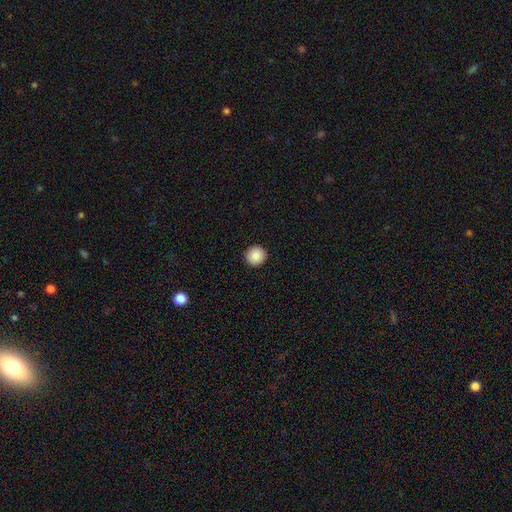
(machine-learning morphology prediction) Smooth or featured?
  - smooth: 88% *
  - star or artifact: 8%
  - featured or disk: 3%
How rounded?
  - round: 95% *
  - in between: 4%
  - cigar-shaped: 1%
Merging?
  - none: 94% *
  - minor disturbance: 4%
  - major disturbance: 1%
  - merger: 1%